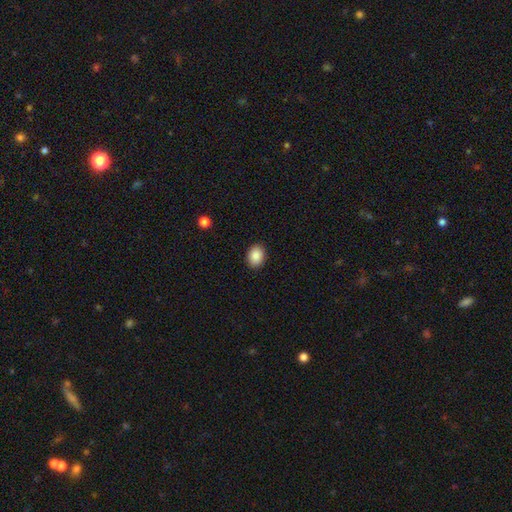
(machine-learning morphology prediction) Q: Smooth or featured?
A: smooth (88%); runner-up: star or artifact (8%)
Q: How rounded?
A: in between (60%); runner-up: round (39%)
Q: Merging?
A: none (91%); runner-up: minor disturbance (7%)